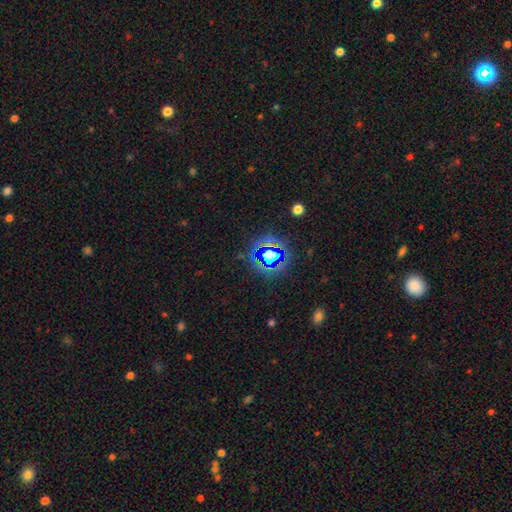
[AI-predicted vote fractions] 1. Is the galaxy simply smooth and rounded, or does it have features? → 76% star or artifact, 16% smooth, 8% featured or disk.